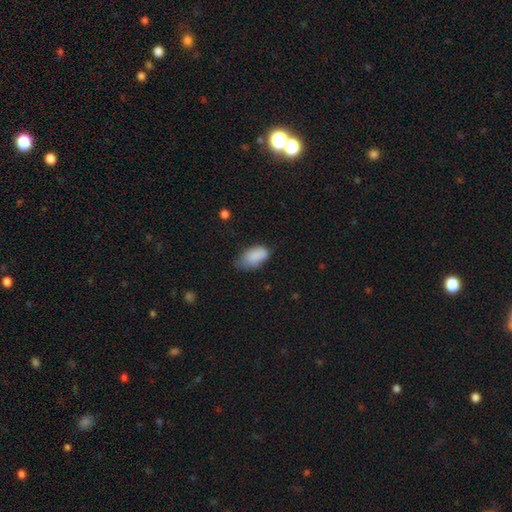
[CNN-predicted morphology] type=smooth (84%); roundness=in between (93%); merging=none (46%).